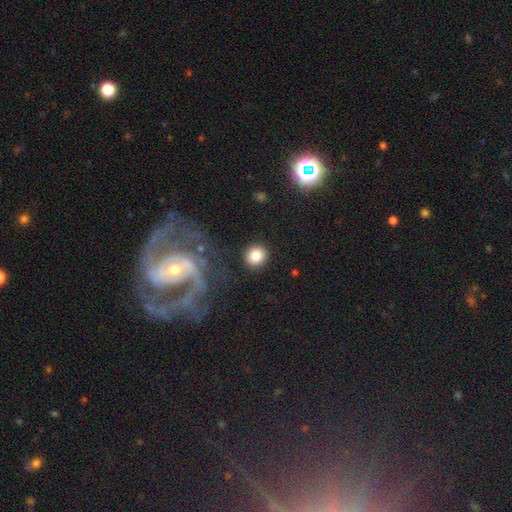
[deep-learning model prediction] smooth_or_featured: smooth (p=0.83) [alt: star or artifact p=0.09]
how_rounded: round (p=0.87) [alt: in between p=0.12]
merging: none (p=0.85) [alt: minor disturbance p=0.08]